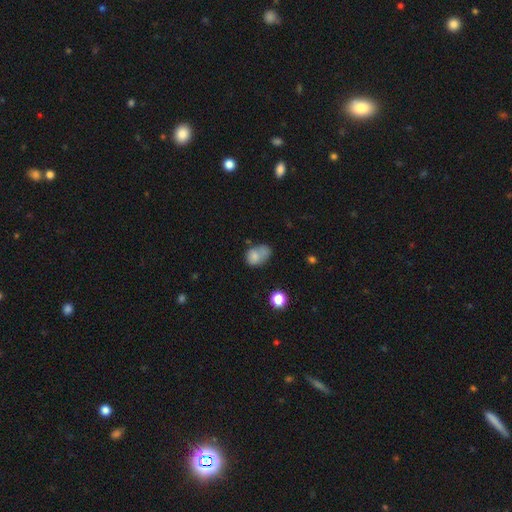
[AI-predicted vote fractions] The model was most divided on "merging": none: 33%, merger: 26%, minor disturbance: 25%, major disturbance: 17%. More confident: smooth or featured — smooth (74%); how rounded — in between (68%).